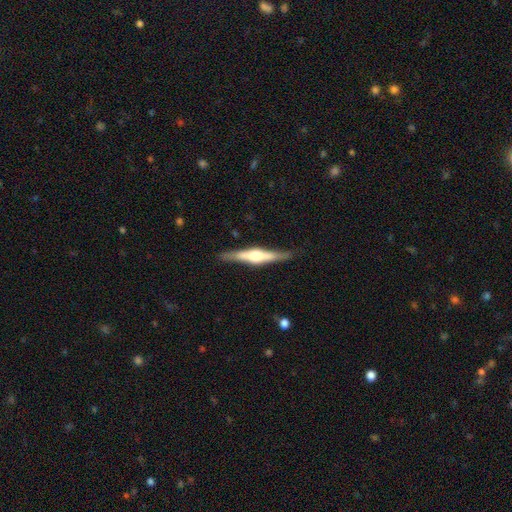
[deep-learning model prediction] Smooth or featured?
  - featured or disk: 71% *
  - smooth: 24%
  - star or artifact: 5%
Edge-on disk?
  - yes: 97% *
  - no: 3%
Edge-on bulge?
  - rounded: 84% *
  - boxy: 12%
  - none: 4%
Merging?
  - none: 87% *
  - minor disturbance: 10%
  - major disturbance: 2%
  - merger: 1%